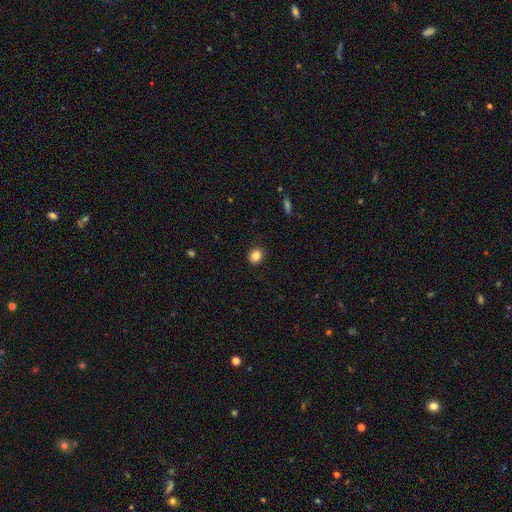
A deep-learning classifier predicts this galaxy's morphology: A smooth galaxy with no disk features (85%) that is round (79%). Merging: none (91%).